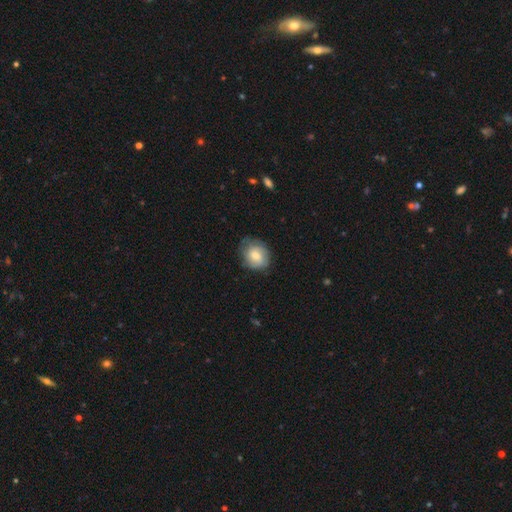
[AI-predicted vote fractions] This is likely a smooth galaxy (69%). How rounded: likely round (68%). Merging: likely none (69%).